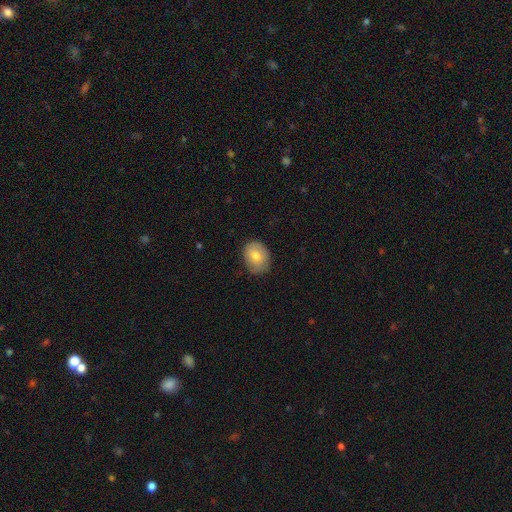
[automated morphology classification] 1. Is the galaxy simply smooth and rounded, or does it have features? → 76% smooth, 16% featured or disk, 8% star or artifact.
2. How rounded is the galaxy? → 57% in between, 42% round, 1% cigar-shaped.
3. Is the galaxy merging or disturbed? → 81% none, 15% minor disturbance, 3% major disturbance, 1% merger.